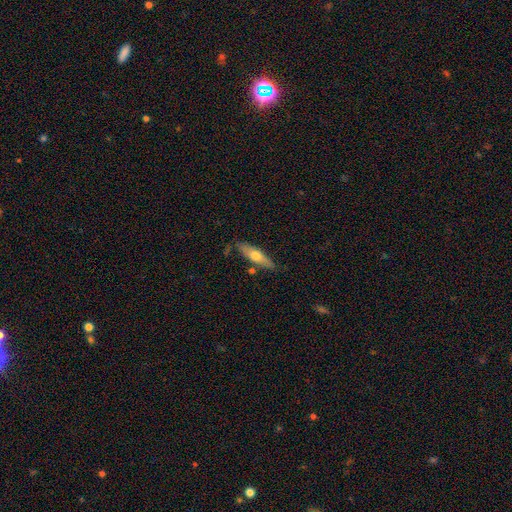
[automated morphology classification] A smooth galaxy with no disk features (54%) that is cigar-shaped (63%). Merging: none (77%).